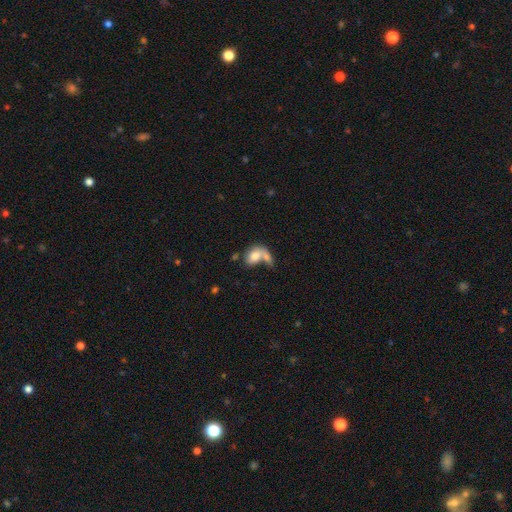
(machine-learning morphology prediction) A smooth galaxy with no disk features (73%) that is in between round and cigar-shaped (75%). Merging: merger (56%).